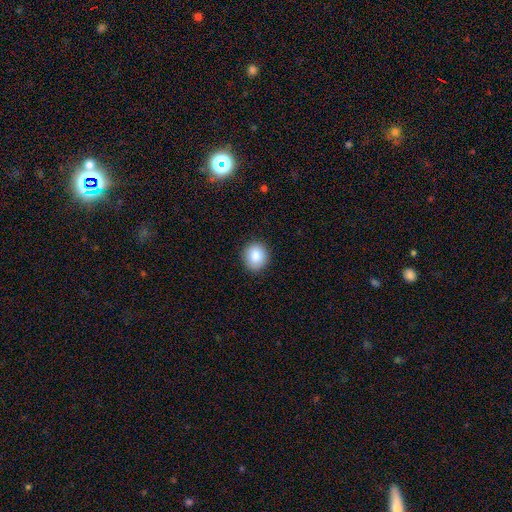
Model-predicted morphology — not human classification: The model was most divided on "how rounded": round: 78%, in between: 21%, cigar-shaped: 1%. More confident: merging — none (89%); smooth or featured — smooth (87%).